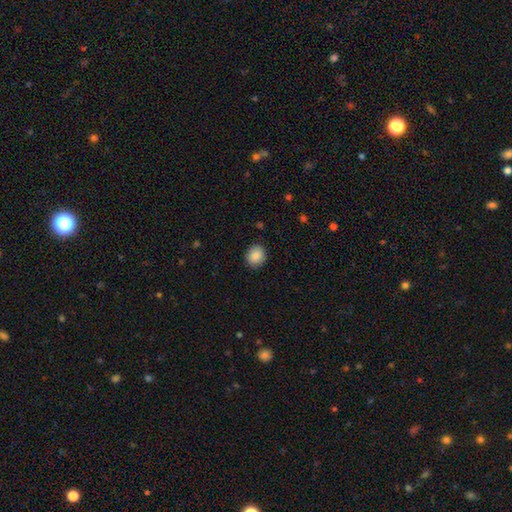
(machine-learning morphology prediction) Smooth or featured: smooth — 87% (star or artifact — 8%)
How rounded: round — 73% (in between — 26%)
Merging: none — 90% (minor disturbance — 7%)